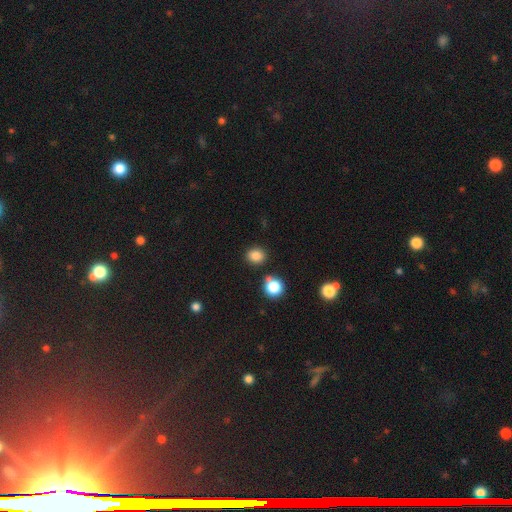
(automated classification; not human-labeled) Smooth or featured: smooth — 82% (star or artifact — 13%)
How rounded: round — 77% (in between — 22%)
Merging: none — 85% (minor disturbance — 8%)